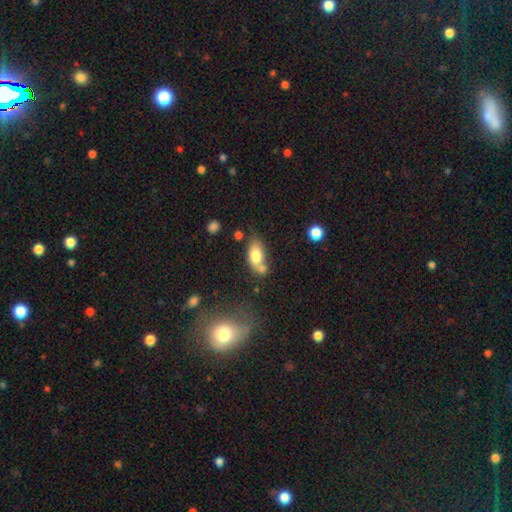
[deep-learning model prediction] This appears to be a smooth galaxy with no disk features (76%) that is in between round and cigar-shaped (87%). Merging: none (43%).